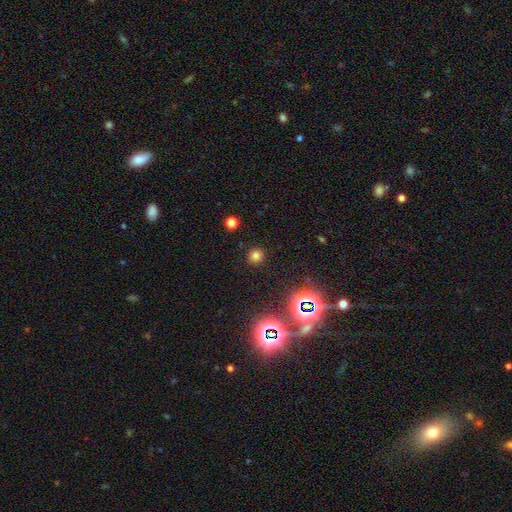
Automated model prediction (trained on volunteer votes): Smooth or featured? Predicted: smooth (p=0.72). How rounded? Predicted: round (p=0.92). Merging? Predicted: none (p=0.90).